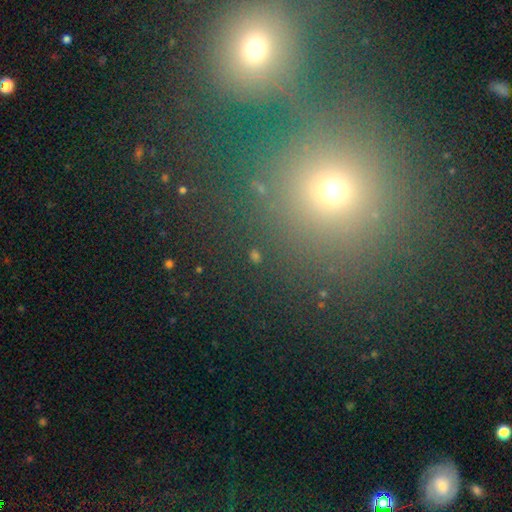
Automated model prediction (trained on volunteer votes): smooth 48%, star or artifact 41%, featured or disk 11%. Down the decision tree: merging — none (74%).